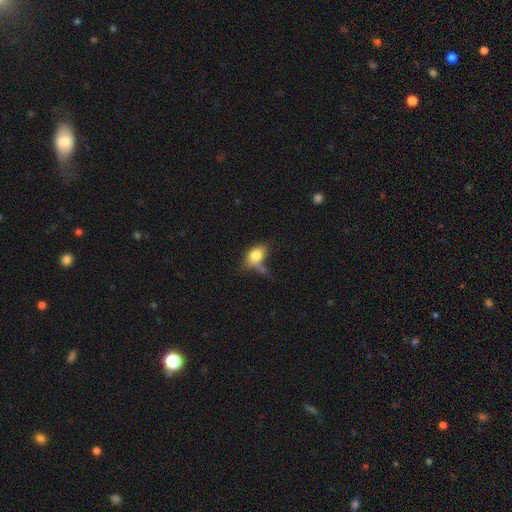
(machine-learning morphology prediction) Smooth or featured: smooth — 78% (featured or disk — 14%)
How rounded: in between — 82% (round — 15%)
Merging: none — 35% (minor disturbance — 26%)